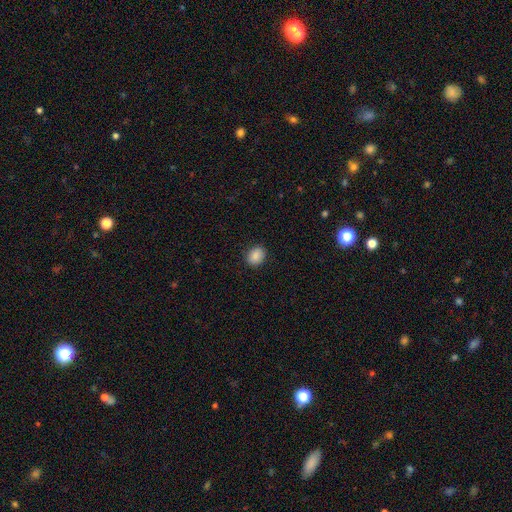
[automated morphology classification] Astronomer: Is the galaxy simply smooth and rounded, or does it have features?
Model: smooth — 88%.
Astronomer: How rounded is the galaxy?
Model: in between — 56% (runner-up: round, 43%).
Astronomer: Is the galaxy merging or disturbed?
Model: none — 89%.